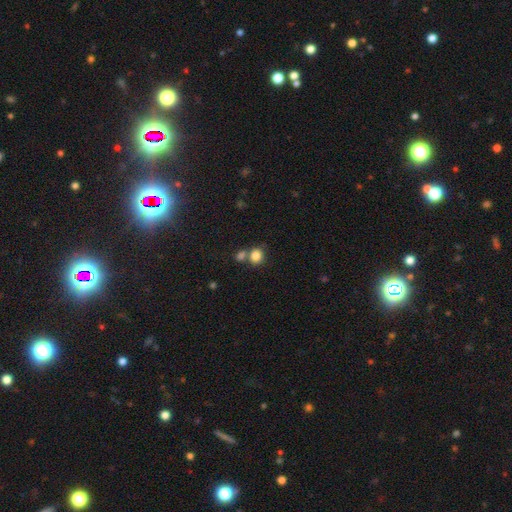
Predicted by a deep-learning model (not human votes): A smooth galaxy with no disk features (83%) that is round (72%).

Vote fractions:
- Smooth or featured? smooth: 83% / star or artifact: 11% / featured or disk: 6%
- How rounded? round: 72% / in between: 27% / cigar-shaped: 1%
- Merging? none: 54% / merger: 32% / minor disturbance: 10% / major disturbance: 4%